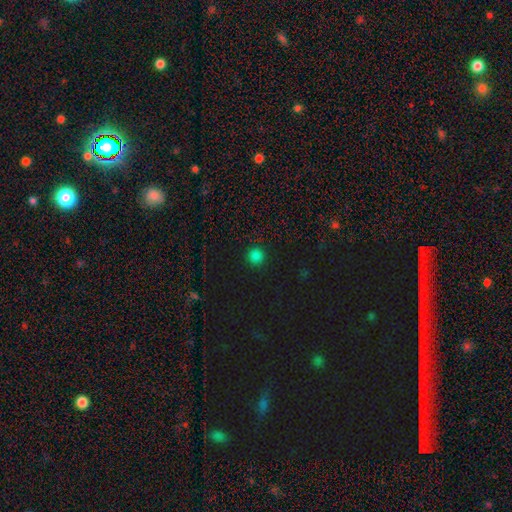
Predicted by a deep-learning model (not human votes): Smooth or featured? smooth (81%)
How rounded? round (95%)
Merging? none (92%)